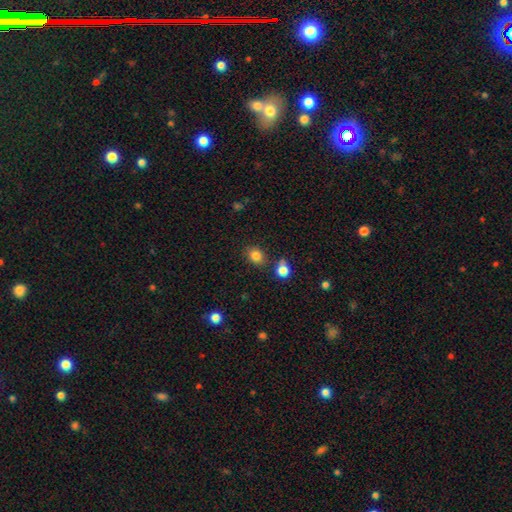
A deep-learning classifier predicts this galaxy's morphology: Smooth or featured? smooth (83%)
How rounded? round (57%)
Merging? none (78%)